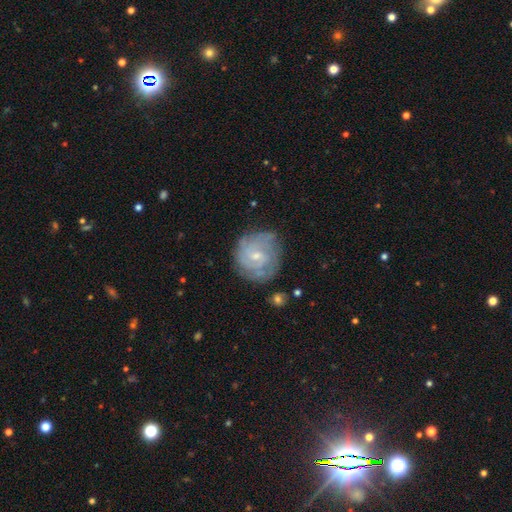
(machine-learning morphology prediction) Overall: featured or disk (77%). Edge-on disk: no (98%). Bar: no (50%; weak 44%). Spiral arms: yes (92%). Spiral arm count: can't tell (38%; 2 24%). Spiral winding: tight (67%). Bulge size: small (65%; moderate 30%). Merging: none (73%).